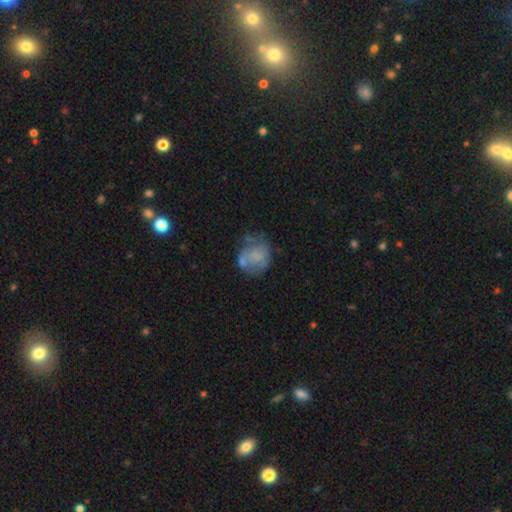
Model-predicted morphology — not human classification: This is possibly a smooth galaxy (52%). How rounded: likely round (72%). Merging: marginally none (45%).